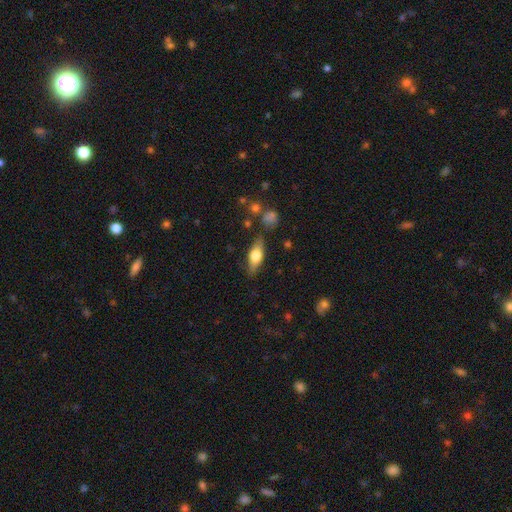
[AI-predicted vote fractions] Overall: smooth (61%; featured or disk 33%). How rounded: in between (67%; cigar-shaped 29%). Merging: none (81%).